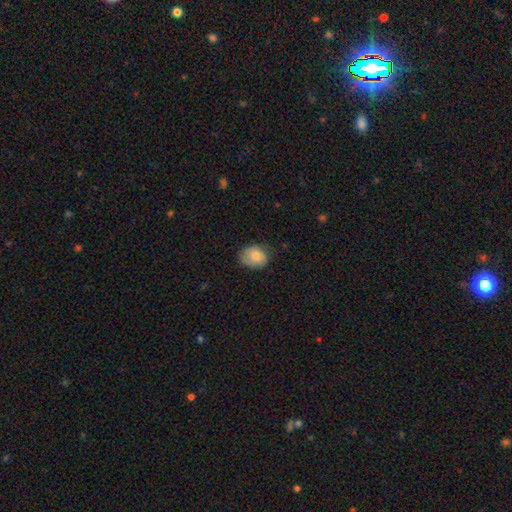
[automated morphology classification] Smooth or featured: smooth — 79% (featured or disk — 13%)
How rounded: in between — 57% (round — 42%)
Merging: none — 64% (minor disturbance — 28%)